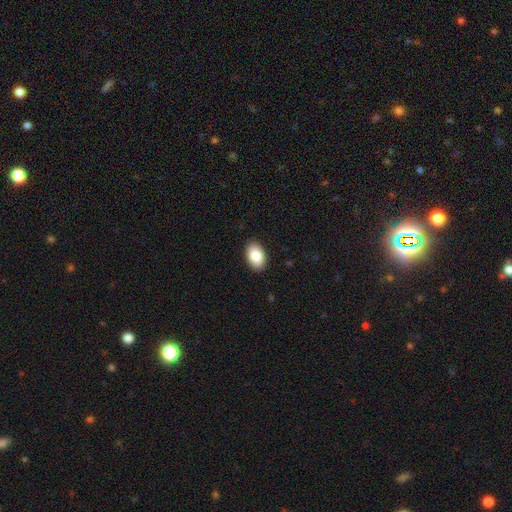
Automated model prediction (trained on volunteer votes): Overall: smooth (86%). How rounded: in between (91%). Merging: none (90%).